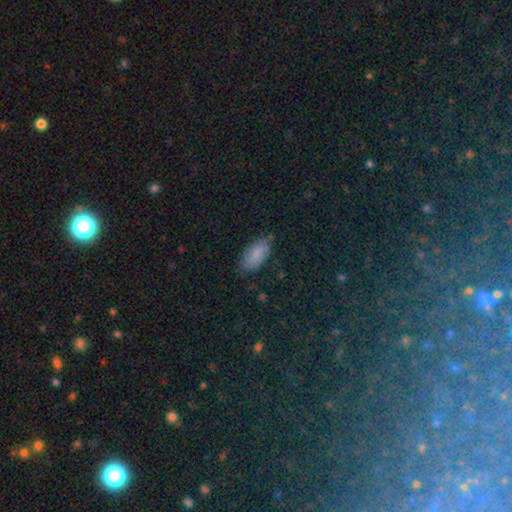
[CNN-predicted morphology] This is clearly a smooth galaxy (83%). How rounded: clearly in between (91%). Merging: likely none (74%).